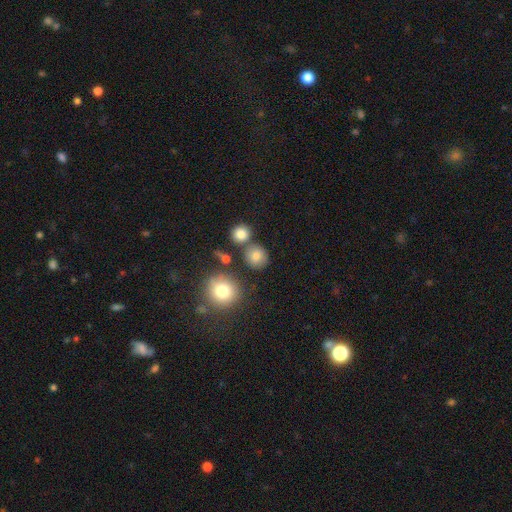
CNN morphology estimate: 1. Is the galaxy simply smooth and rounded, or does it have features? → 80% smooth, 12% star or artifact, 8% featured or disk.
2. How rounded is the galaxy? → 84% round, 15% in between, 1% cigar-shaped.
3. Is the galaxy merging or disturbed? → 73% none, 12% merger, 11% minor disturbance, 4% major disturbance.